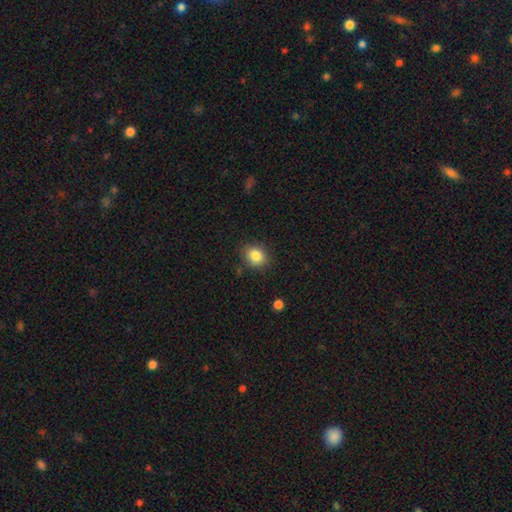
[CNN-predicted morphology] A smooth galaxy with no disk features (84%) that is round (61%).

Vote fractions:
- Smooth or featured? smooth: 84% / star or artifact: 10% / featured or disk: 6%
- How rounded? round: 61% / in between: 38% / cigar-shaped: 1%
- Merging? none: 84% / minor disturbance: 11% / major disturbance: 3% / merger: 2%